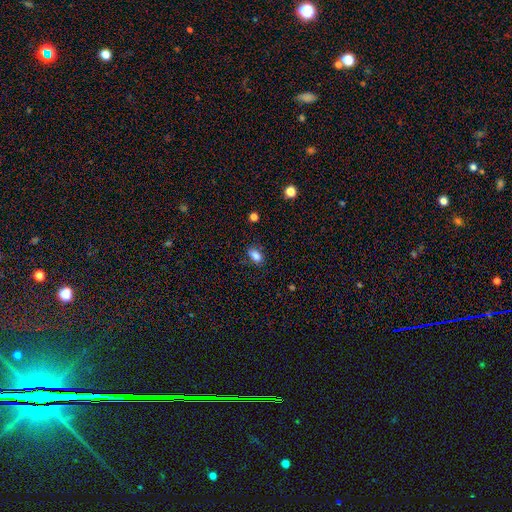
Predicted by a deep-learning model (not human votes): A smooth galaxy with no disk features (83%) that is in between round and cigar-shaped (85%).

Vote fractions:
- Smooth or featured? smooth: 83% / star or artifact: 11% / featured or disk: 6%
- How rounded? in between: 85% / round: 10% / cigar-shaped: 4%
- Merging? none: 78% / minor disturbance: 16% / major disturbance: 4% / merger: 2%